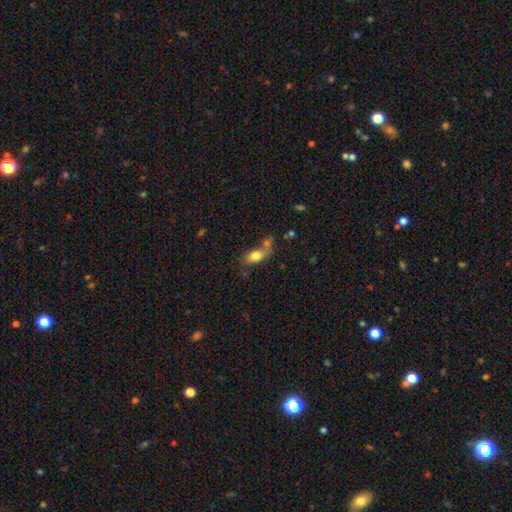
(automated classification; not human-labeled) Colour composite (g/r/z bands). It shows a smooth galaxy with no disk features (75%) that is in between round and cigar-shaped (80%). Merging: none (39%).